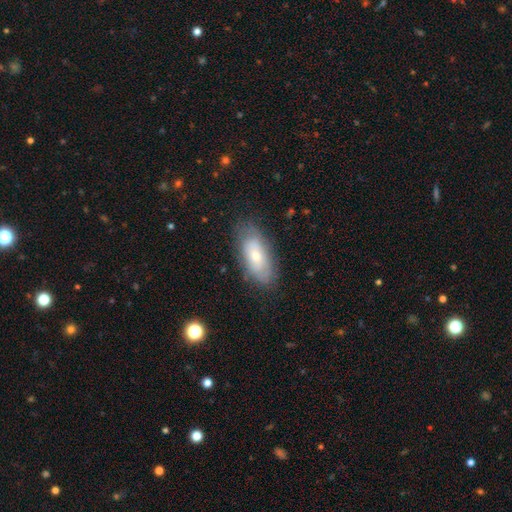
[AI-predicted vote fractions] Smooth or featured: smooth — 60% (featured or disk — 33%)
How rounded: in between — 87% (cigar-shaped — 10%)
Merging: none — 74% (minor disturbance — 19%)